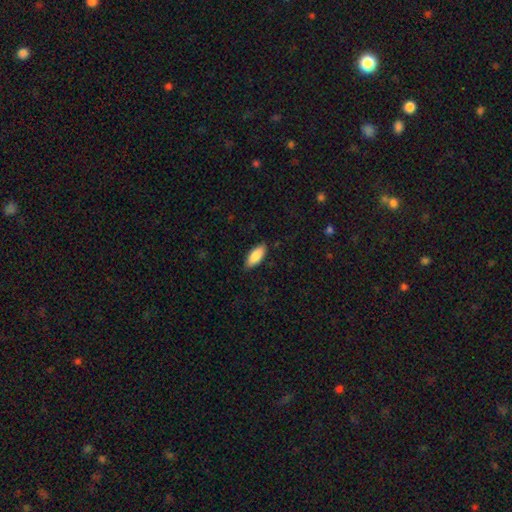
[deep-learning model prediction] Smooth or featured? Predicted: smooth (p=0.87). How rounded? Predicted: in between (p=0.84). Merging? Predicted: none (p=0.86).